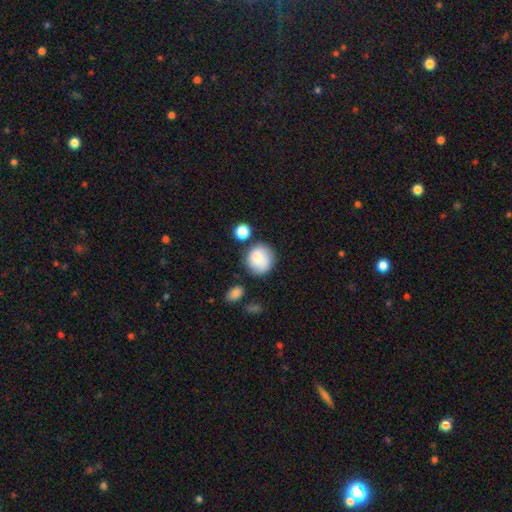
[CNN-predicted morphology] smooth_or_featured: smooth (p=0.83) [alt: featured or disk p=0.09]
how_rounded: round (p=0.83) [alt: in between p=0.16]
merging: none (p=0.70) [alt: minor disturbance p=0.16]